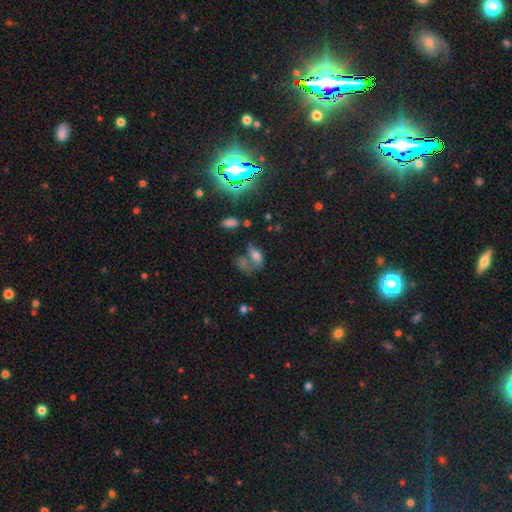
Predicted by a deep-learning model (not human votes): Smooth or featured?
  - smooth: 63% *
  - star or artifact: 19%
  - featured or disk: 18%
How rounded?
  - in between: 83% *
  - round: 11%
  - cigar-shaped: 6%
Merging?
  - merger: 33% *
  - none: 29%
  - major disturbance: 21%
  - minor disturbance: 18%